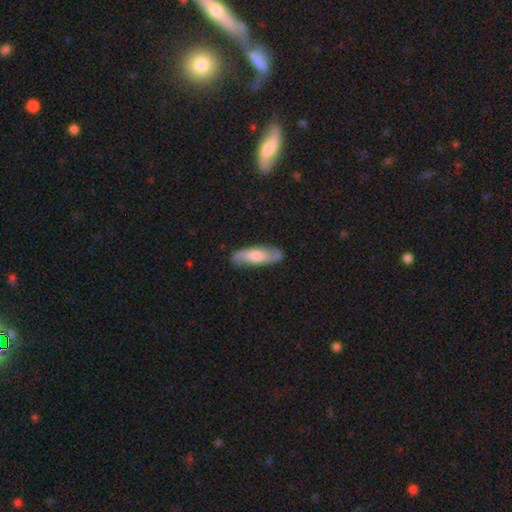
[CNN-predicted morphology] type=featured or disk (55%); edge-on=no (69%); merging=none (83%).